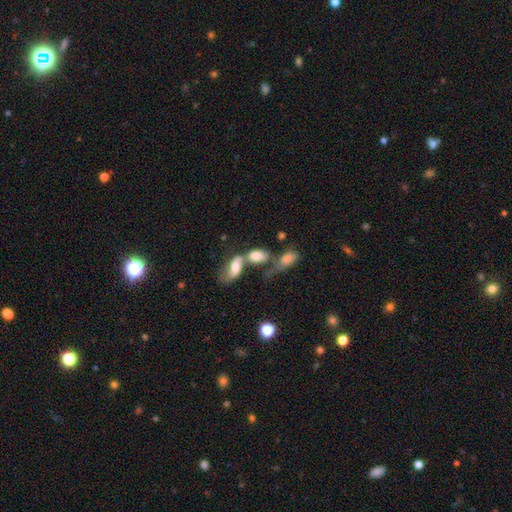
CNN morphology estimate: Smooth or featured: smooth — 65% (featured or disk — 25%)
How rounded: in between — 88% (round — 8%)
Merging: merger — 64% (none — 18%)